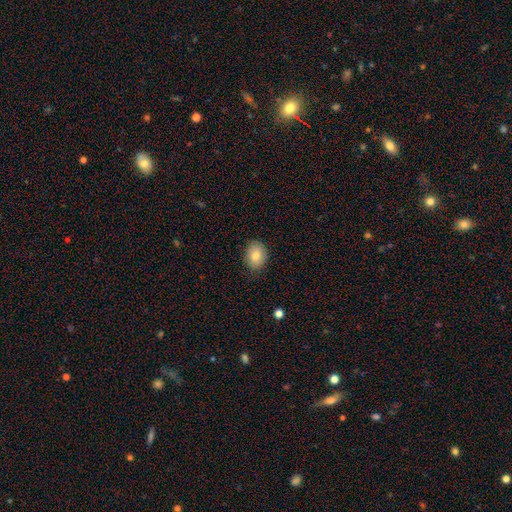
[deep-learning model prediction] Morphology: type=smooth (82%); roundness=in between (63%); merging=none (84%).